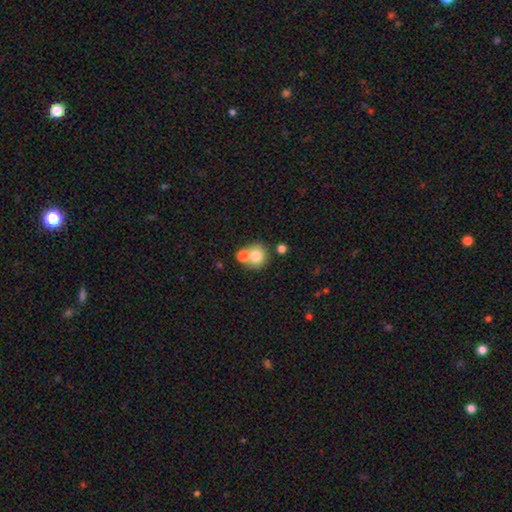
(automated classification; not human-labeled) Morphology: type=smooth (75%); roundness=round (86%); merging=none (53%).